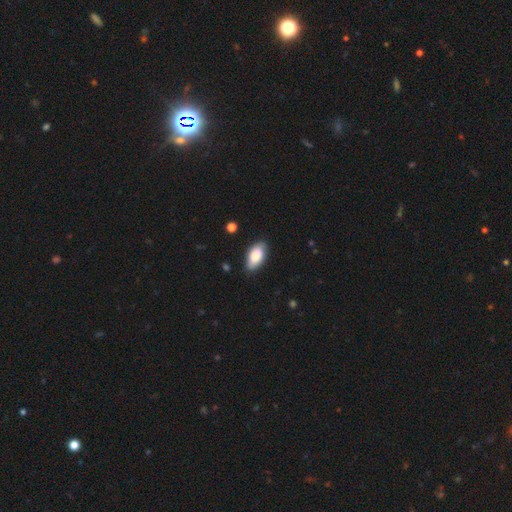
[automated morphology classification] This appears to be a smooth galaxy with no disk features (83%) that is in between round and cigar-shaped (94%). Merging: none (80%).